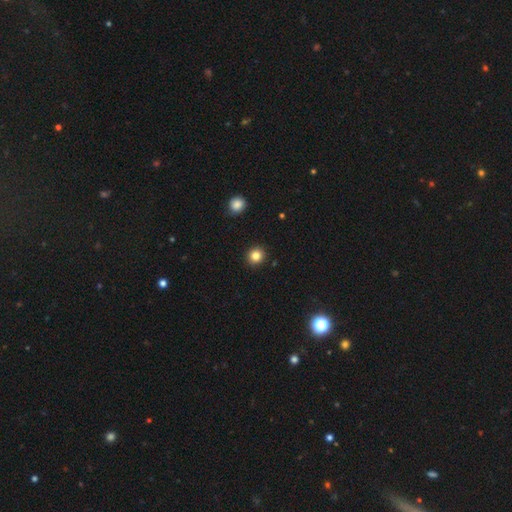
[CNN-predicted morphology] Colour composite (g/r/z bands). It shows a smooth galaxy with no disk features (84%) that is round (90%). Merging: none (92%).